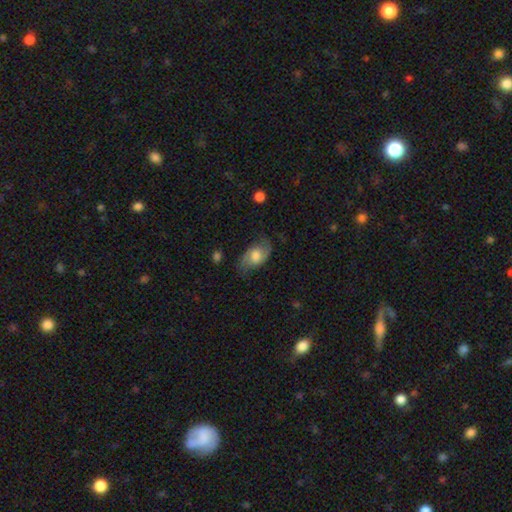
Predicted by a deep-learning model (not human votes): smooth-or-featured: smooth: 47% | featured or disk: 46% | star or artifact: 7%
  merging: none: 65% | minor disturbance: 25% | major disturbance: 9% | merger: 1%